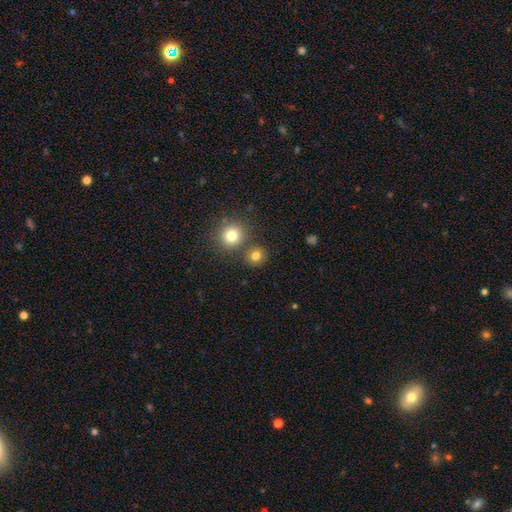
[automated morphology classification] This is likely a smooth galaxy (78%). How rounded: clearly round (89%). Merging: likely none (78%).